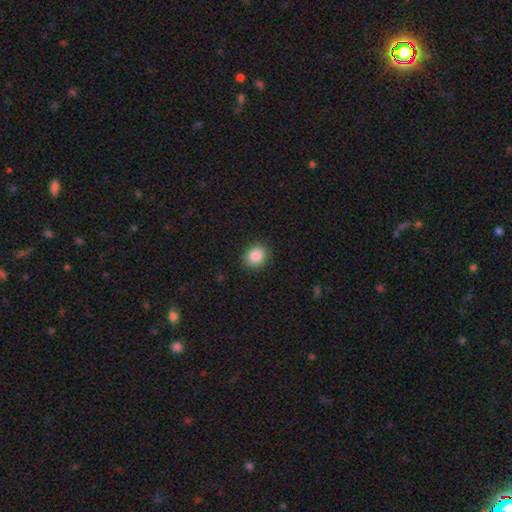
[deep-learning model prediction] Morphology: type=smooth (87%); roundness=round (60%); merging=none (90%).